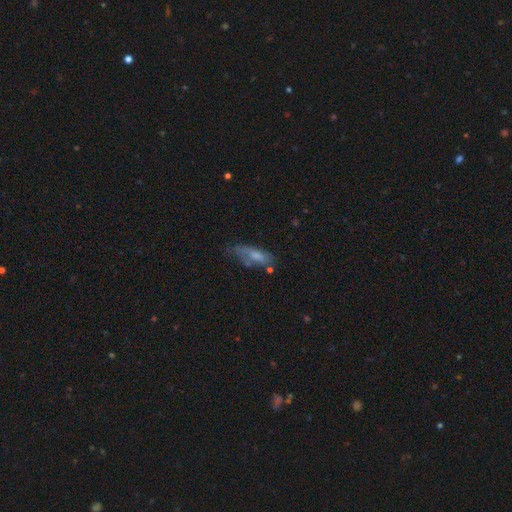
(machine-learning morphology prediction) Smooth or featured?
  - smooth: 62% *
  - featured or disk: 30%
  - star or artifact: 8%
How rounded?
  - in between: 57% *
  - cigar-shaped: 40%
  - round: 3%
Merging?
  - none: 45% *
  - minor disturbance: 31%
  - major disturbance: 16%
  - merger: 8%